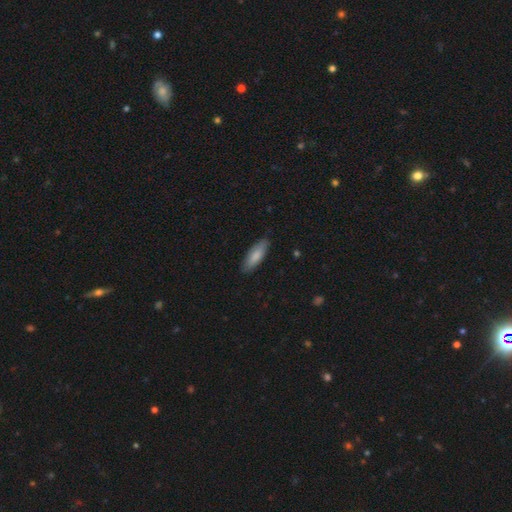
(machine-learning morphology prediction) Overall: smooth (82%). How rounded: in between (60%; cigar-shaped 39%). Merging: none (86%).